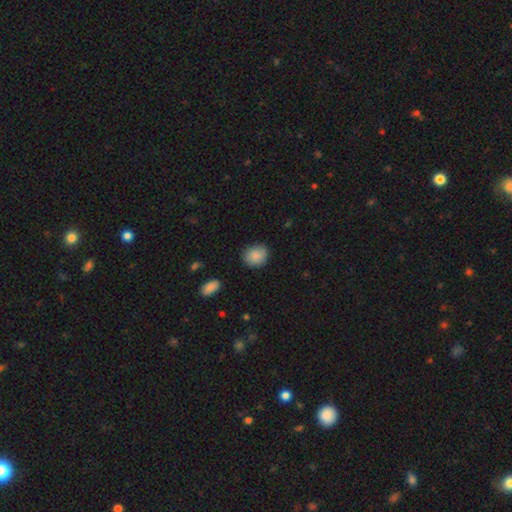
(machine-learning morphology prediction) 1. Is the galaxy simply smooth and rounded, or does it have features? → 88% smooth, 7% star or artifact, 5% featured or disk.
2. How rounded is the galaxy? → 65% round, 34% in between, 1% cigar-shaped.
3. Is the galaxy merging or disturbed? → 82% none, 14% minor disturbance, 3% major disturbance, 1% merger.